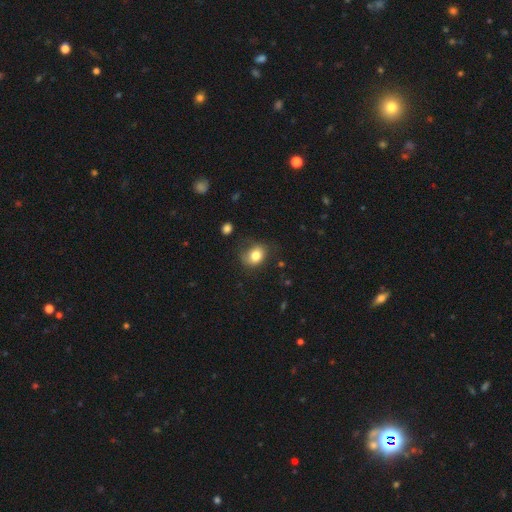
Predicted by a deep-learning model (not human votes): A smooth galaxy with no disk features (79%) that is in between round and cigar-shaped (51%).

Vote fractions:
- Smooth or featured? smooth: 79% / featured or disk: 11% / star or artifact: 10%
- How rounded? in between: 51% / round: 48% / cigar-shaped: 1%
- Merging? none: 62% / minor disturbance: 26% / major disturbance: 10% / merger: 2%